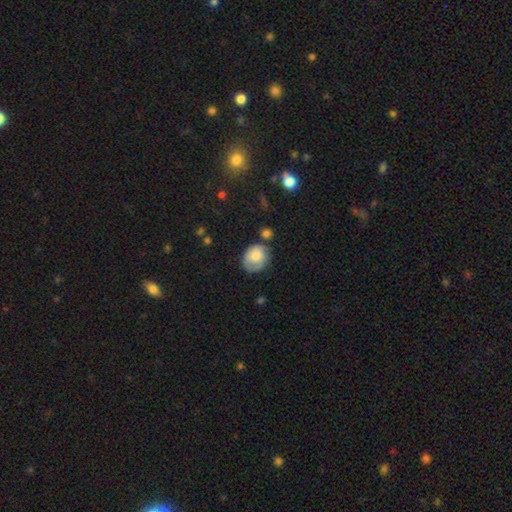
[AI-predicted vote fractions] Smooth or featured? Predicted: smooth (p=0.67). How rounded? Predicted: round (p=0.58). Merging? Predicted: none (p=0.54).